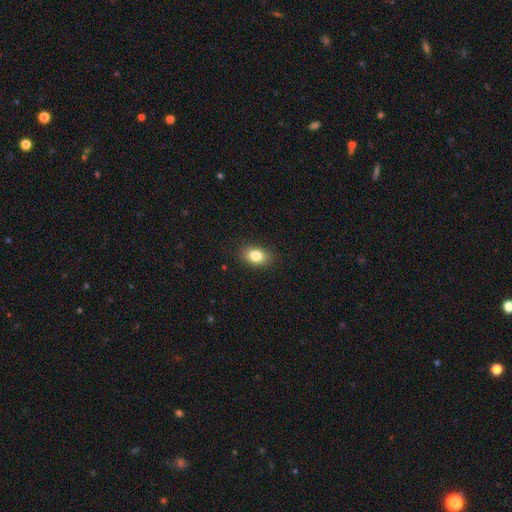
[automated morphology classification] smooth-or-featured: smooth: 83% | star or artifact: 9% | featured or disk: 7%
  how-rounded: in between: 79% | round: 20% | cigar-shaped: 1%
  merging: none: 87% | minor disturbance: 10% | major disturbance: 2% | merger: 1%